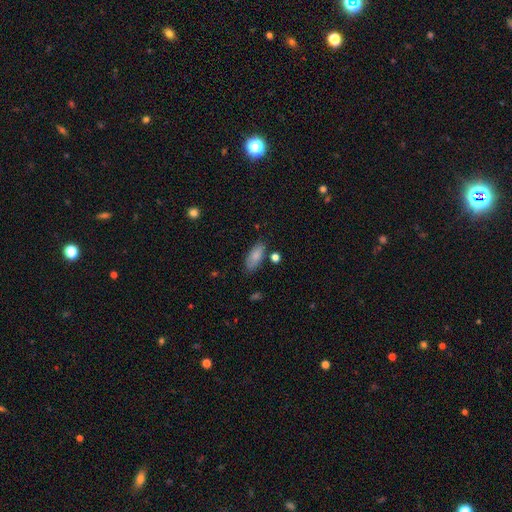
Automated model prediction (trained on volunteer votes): smooth-or-featured: smooth: 83% | featured or disk: 10% | star or artifact: 7%
  how-rounded: in between: 85% | cigar-shaped: 12% | round: 3%
  merging: none: 74% | minor disturbance: 18% | major disturbance: 4% | merger: 4%